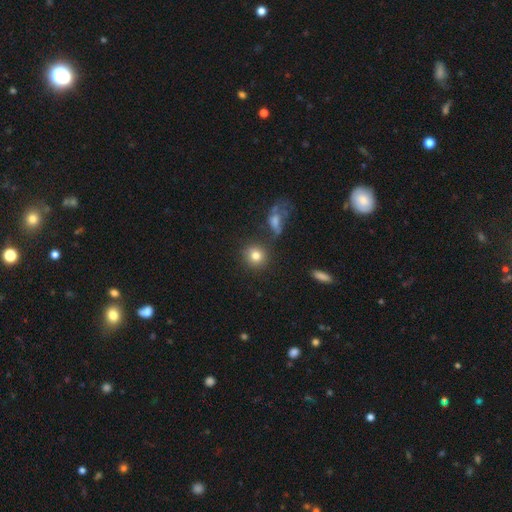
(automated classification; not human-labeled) Overall: smooth (79%). How rounded: round (87%). Merging: none (73%).